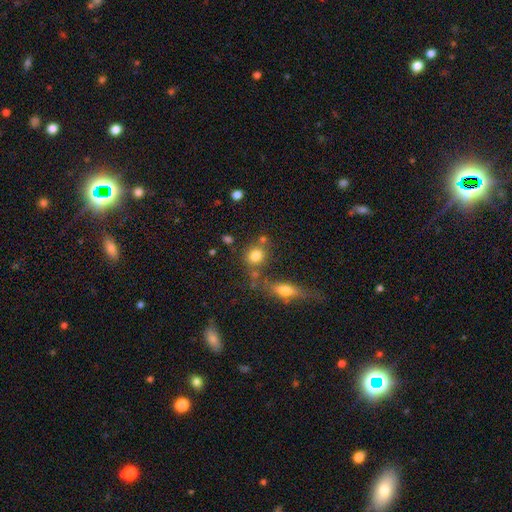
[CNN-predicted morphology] type=smooth (79%); roundness=round (74%); merging=none (64%).